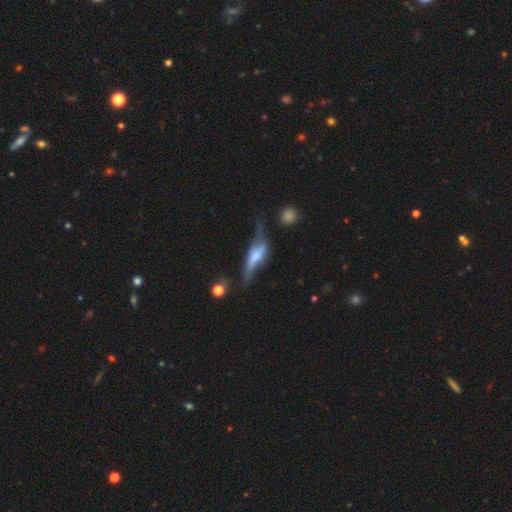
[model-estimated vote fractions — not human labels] Smooth or featured? featured or disk (67%)
Edge-on disk? yes (70%)
Merging? none (36%)